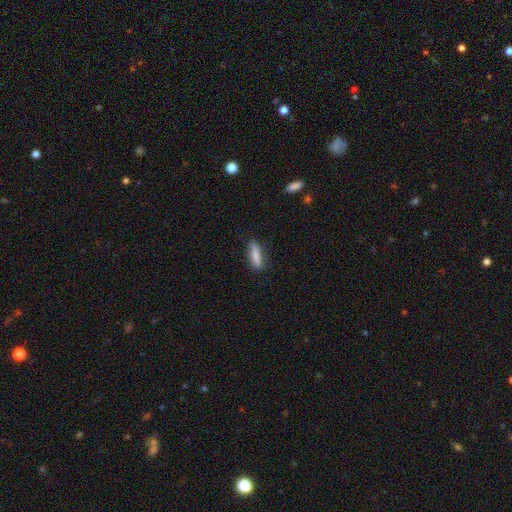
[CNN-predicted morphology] Overall: smooth (78%). How rounded: cigar-shaped (61%; in between 37%). Merging: none (71%).